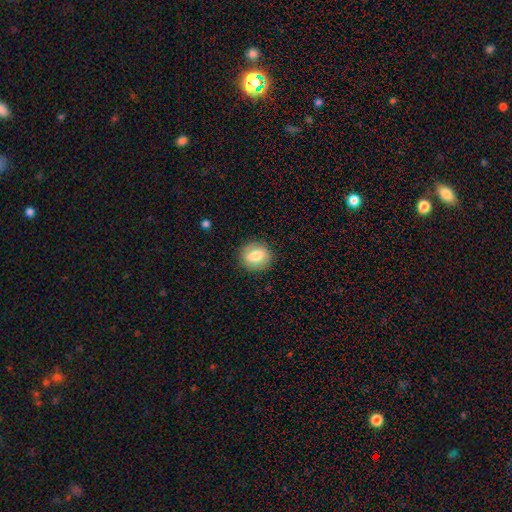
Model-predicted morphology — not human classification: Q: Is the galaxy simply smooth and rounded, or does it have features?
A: smooth — 75%.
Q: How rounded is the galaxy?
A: round — 73%.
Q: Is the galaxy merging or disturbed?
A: none — 87%.